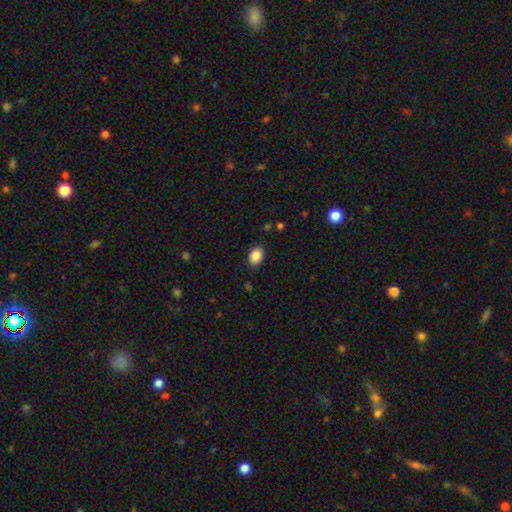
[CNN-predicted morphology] Smooth or featured? Predicted: smooth (p=0.88). How rounded? Predicted: in between (p=0.79). Merging? Predicted: none (p=0.87).